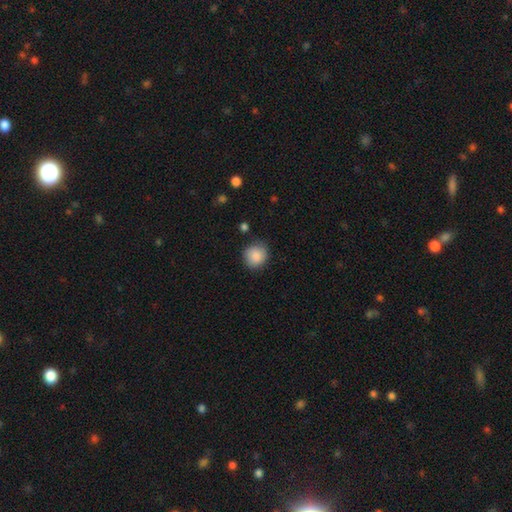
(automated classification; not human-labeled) smooth_or_featured: smooth (p=0.87) [alt: star or artifact p=0.08]
how_rounded: round (p=0.87) [alt: in between p=0.12]
merging: none (p=0.82) [alt: minor disturbance p=0.14]